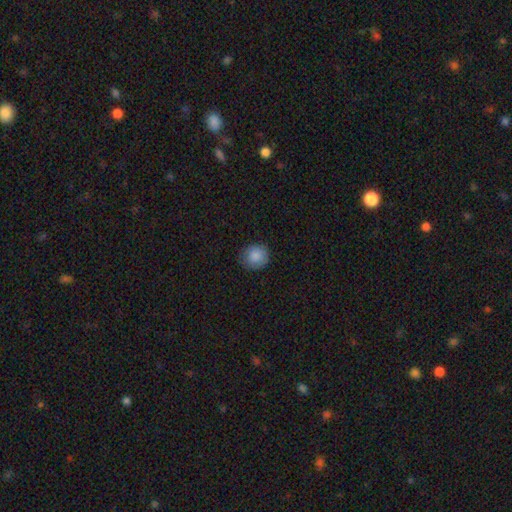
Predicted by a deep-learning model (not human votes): Smooth or featured: smooth — 87% (star or artifact — 8%)
How rounded: round — 83% (in between — 16%)
Merging: none — 82% (minor disturbance — 14%)